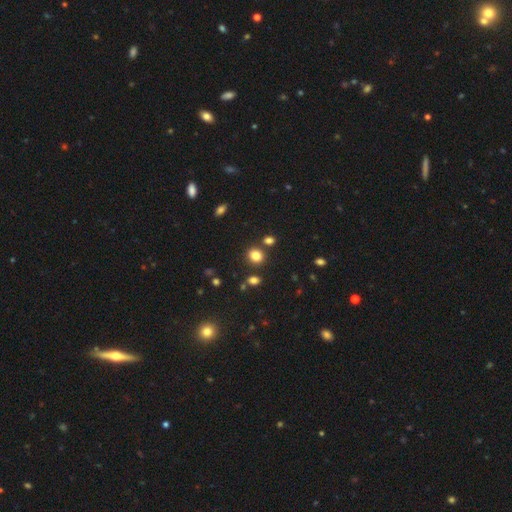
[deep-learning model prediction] A smooth galaxy with no disk features (83%) that is round (66%). Merging: none (80%).